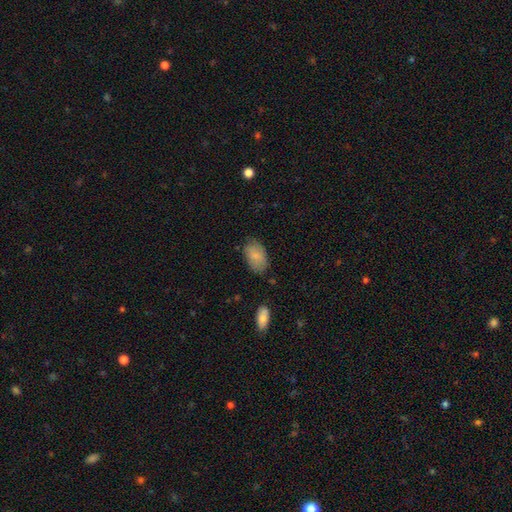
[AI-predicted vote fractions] Q: Smooth or featured?
A: smooth (81%); runner-up: featured or disk (12%)
Q: How rounded?
A: in between (92%); runner-up: round (6%)
Q: Merging?
A: none (71%); runner-up: minor disturbance (22%)